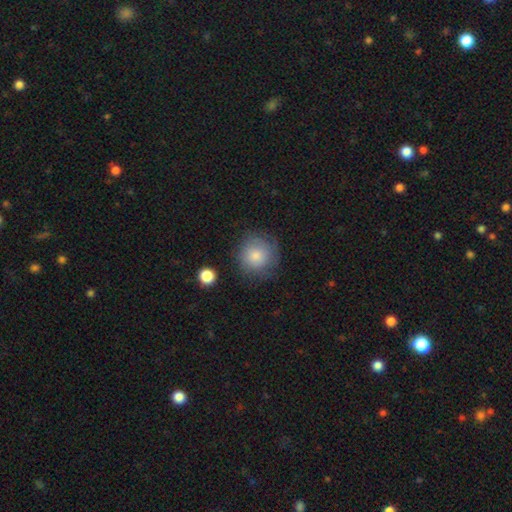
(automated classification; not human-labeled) A smooth galaxy with no disk features (78%) that is round (92%). Merging: none (78%).